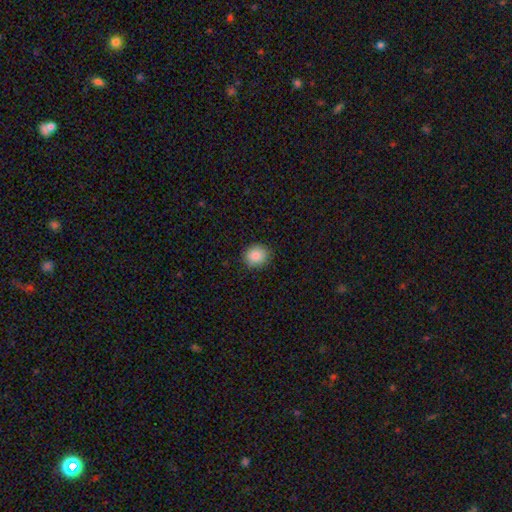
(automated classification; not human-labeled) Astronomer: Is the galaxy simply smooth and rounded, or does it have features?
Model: smooth — 88%.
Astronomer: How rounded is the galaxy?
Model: round — 76%.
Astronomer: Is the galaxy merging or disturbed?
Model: none — 88%.